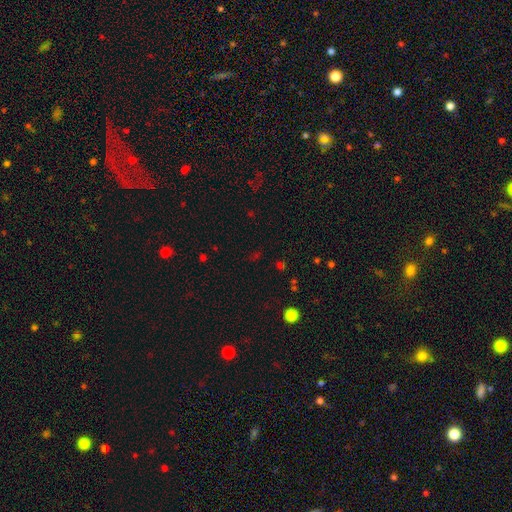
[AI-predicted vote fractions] Smooth or featured?
  - star or artifact: 60% *
  - smooth: 33%
  - featured or disk: 7%